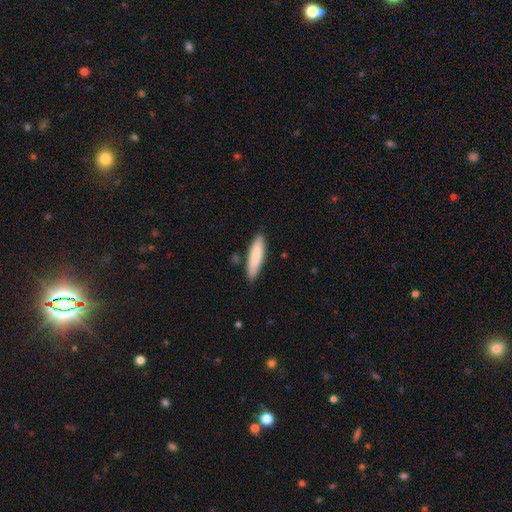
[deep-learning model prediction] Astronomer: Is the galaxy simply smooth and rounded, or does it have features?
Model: smooth — 83%.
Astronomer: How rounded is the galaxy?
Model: cigar-shaped — 72%.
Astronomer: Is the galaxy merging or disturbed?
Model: none — 85%.